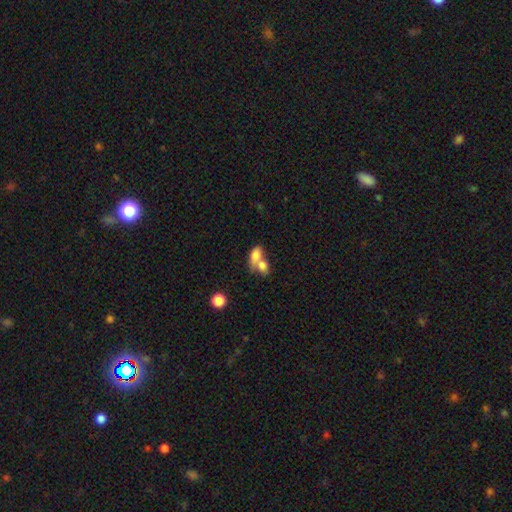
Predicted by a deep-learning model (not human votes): This appears to be a smooth galaxy with no disk features (77%) that is in between round and cigar-shaped (81%). Merging: merger (71%).